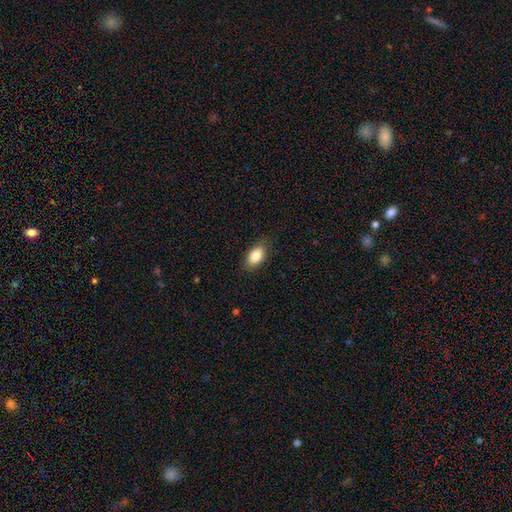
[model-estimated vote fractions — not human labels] Q: Smooth or featured?
A: smooth (85%); runner-up: featured or disk (8%)
Q: How rounded?
A: in between (90%); runner-up: round (8%)
Q: Merging?
A: none (84%); runner-up: minor disturbance (12%)